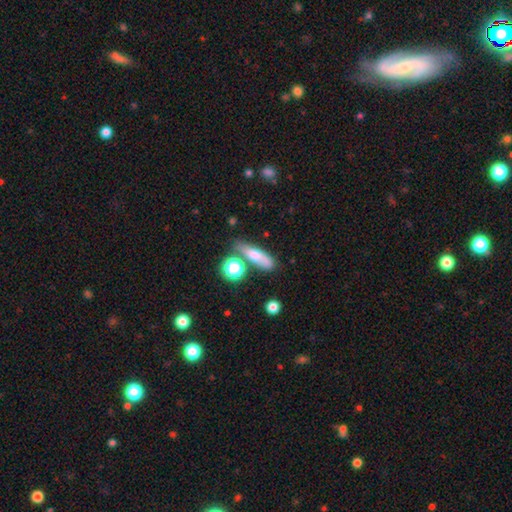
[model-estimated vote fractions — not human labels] A smooth galaxy with no disk features (66%) that is cigar-shaped (52%).

Vote fractions:
- Smooth or featured? smooth: 66% / featured or disk: 23% / star or artifact: 11%
- How rounded? cigar-shaped: 52% / in between: 36% / round: 13%
- Merging? none: 66% / minor disturbance: 16% / merger: 12% / major disturbance: 6%